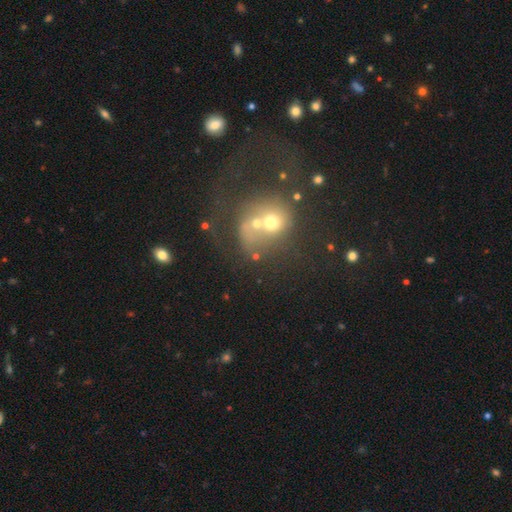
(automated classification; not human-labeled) Smooth or featured: smooth — 45% (featured or disk — 33%)
Merging: merger — 61% (none — 18%)